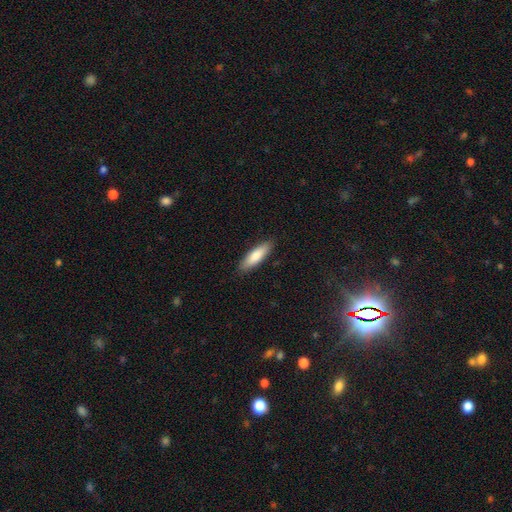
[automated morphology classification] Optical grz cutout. It shows a smooth galaxy with no disk features (80%) that is cigar-shaped (56%). Merging: none (89%).